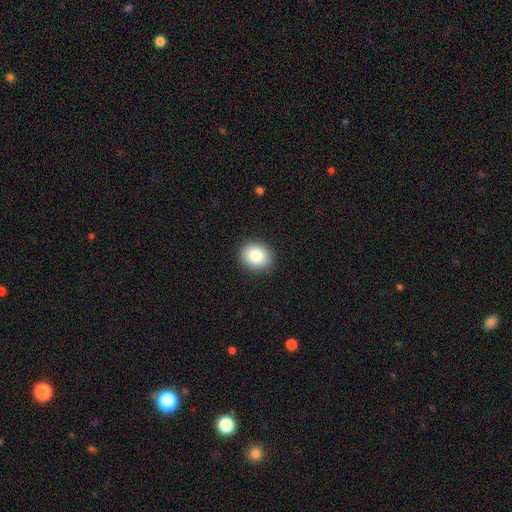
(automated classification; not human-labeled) The model was most divided on "how rounded": round: 61%, in between: 38%, cigar-shaped: 1%. More confident: merging — none (90%); smooth or featured — smooth (84%).